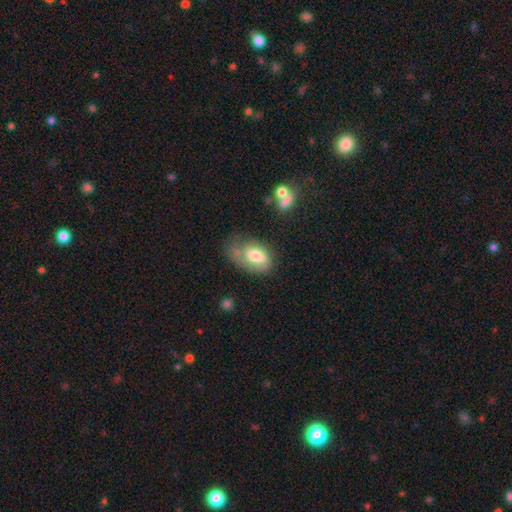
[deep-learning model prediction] Smooth or featured?
  - smooth: 57% *
  - featured or disk: 36%
  - star or artifact: 7%
How rounded?
  - in between: 88% *
  - round: 10%
  - cigar-shaped: 2%
Merging?
  - none: 37% *
  - minor disturbance: 29%
  - major disturbance: 25%
  - merger: 9%